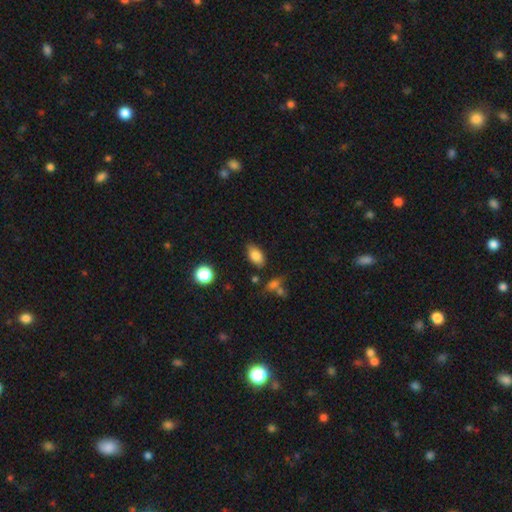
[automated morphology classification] smooth 83%, star or artifact 9%, featured or disk 8%. Down the decision tree: how rounded — in between (90%); merging — none (77%).